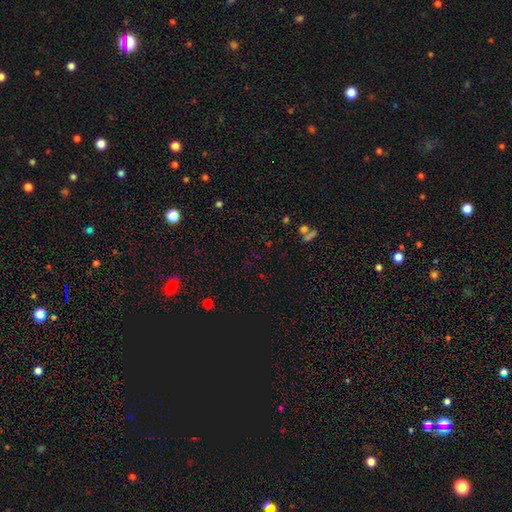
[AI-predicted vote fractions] This is possibly a star or artifact rather than a galaxy (59%).